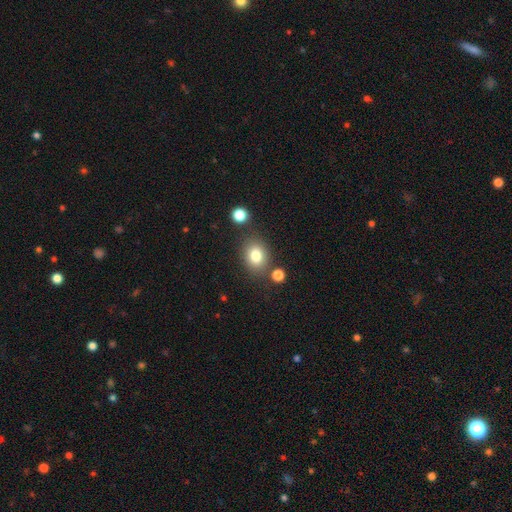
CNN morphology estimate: Smooth or featured?
  - smooth: 80% *
  - star or artifact: 11%
  - featured or disk: 9%
How rounded?
  - in between: 51% *
  - round: 48%
  - cigar-shaped: 1%
Merging?
  - none: 77% *
  - minor disturbance: 12%
  - merger: 7%
  - major disturbance: 4%